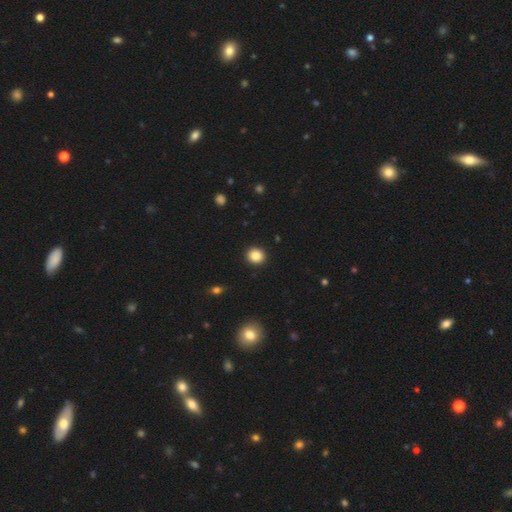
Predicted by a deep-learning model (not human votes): smooth_or_featured: smooth (p=0.86) [alt: star or artifact p=0.10]
how_rounded: round (p=0.82) [alt: in between p=0.17]
merging: none (p=0.93) [alt: minor disturbance p=0.05]